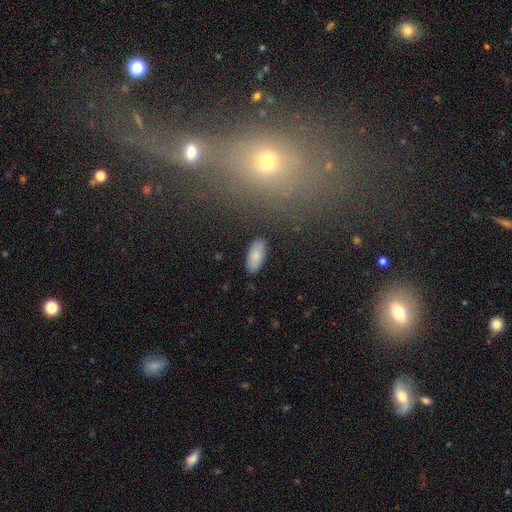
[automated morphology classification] Q: Smooth or featured?
A: smooth (79%); runner-up: featured or disk (14%)
Q: How rounded?
A: in between (91%); runner-up: cigar-shaped (7%)
Q: Merging?
A: none (84%); runner-up: minor disturbance (12%)